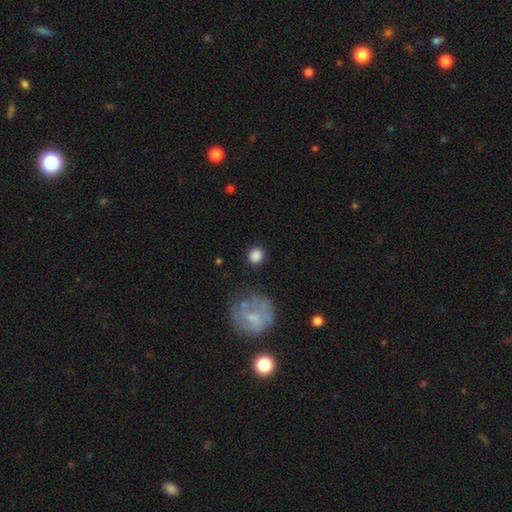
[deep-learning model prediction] smooth_or_featured: smooth (p=0.85) [alt: star or artifact p=0.09]
how_rounded: round (p=0.90) [alt: in between p=0.09]
merging: none (p=0.84) [alt: minor disturbance p=0.09]